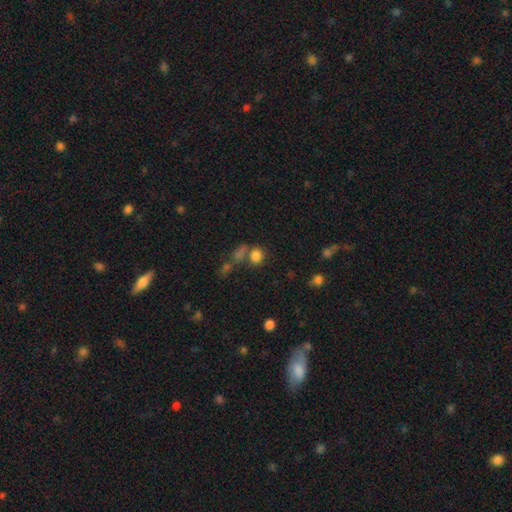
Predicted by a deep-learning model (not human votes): Smooth or featured? smooth (78%)
How rounded? round (72%)
Merging? none (56%)